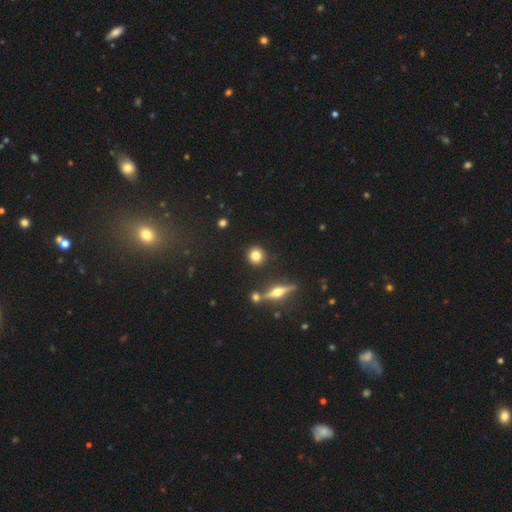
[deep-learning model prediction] This appears to be a smooth galaxy with no disk features (78%) that is round (91%). Merging: none (89%).